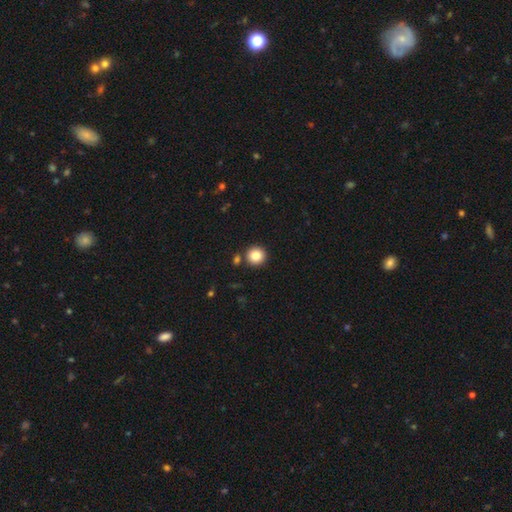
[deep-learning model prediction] A smooth galaxy with no disk features (85%) that is round (94%). Merging: none (86%).